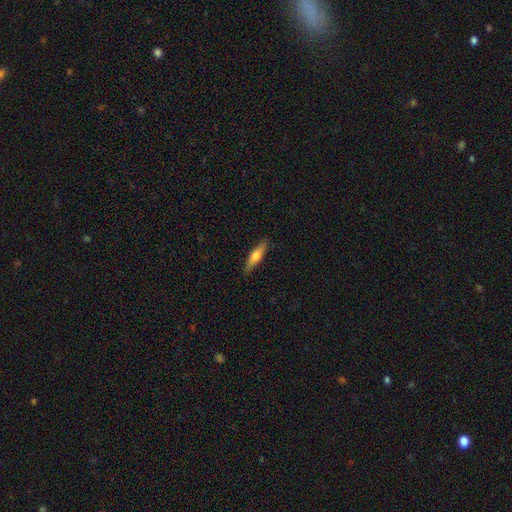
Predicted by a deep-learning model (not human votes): A smooth galaxy with no disk features (63%) that is cigar-shaped (71%). Merging: none (86%).